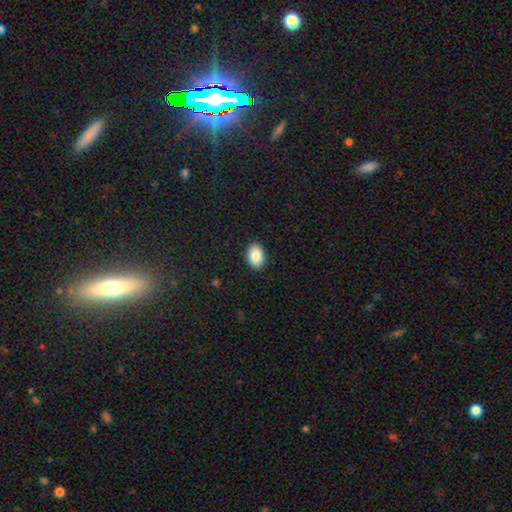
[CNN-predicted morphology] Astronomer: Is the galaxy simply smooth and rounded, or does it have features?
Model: smooth — 88%.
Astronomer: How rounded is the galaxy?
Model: in between — 86%.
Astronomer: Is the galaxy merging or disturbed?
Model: none — 90%.